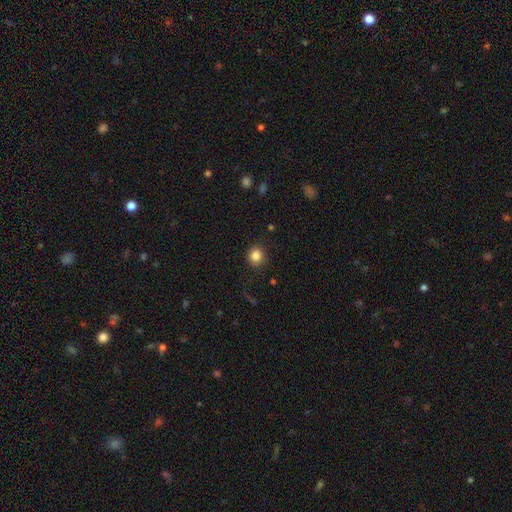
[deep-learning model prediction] smooth_or_featured: smooth (p=0.84) [alt: star or artifact p=0.11]
how_rounded: round (p=0.86) [alt: in between p=0.13]
merging: none (p=0.88) [alt: minor disturbance p=0.08]